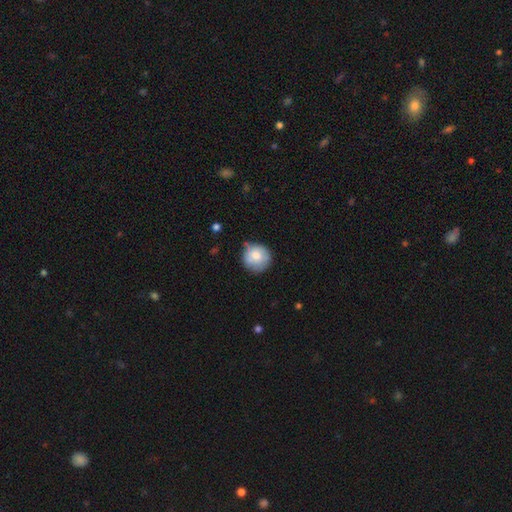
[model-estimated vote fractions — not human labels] Morphology: type=smooth (74%); roundness=round (90%); merging=none (68%).